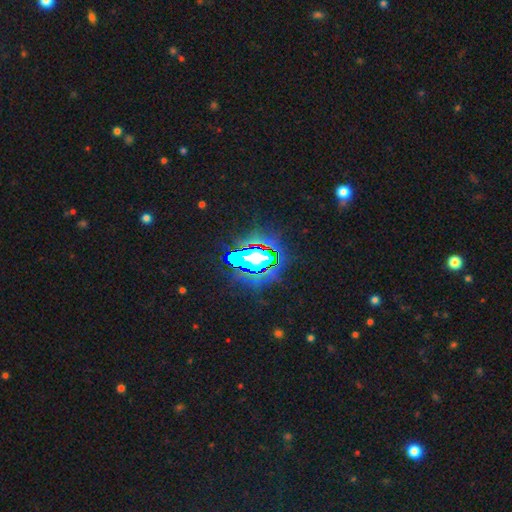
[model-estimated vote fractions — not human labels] Morphology: type=star or artifact (84%).